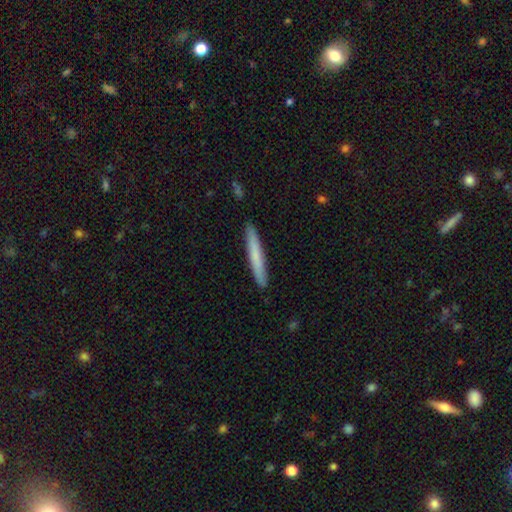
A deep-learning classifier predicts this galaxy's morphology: This is likely a smooth galaxy (68%). How rounded: clearly cigar-shaped (96%). Merging: clearly none (91%).